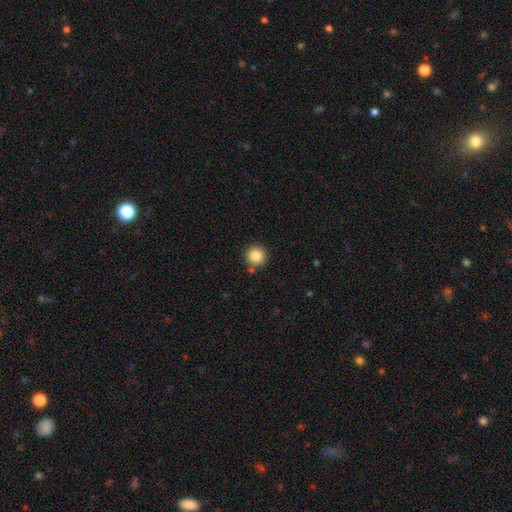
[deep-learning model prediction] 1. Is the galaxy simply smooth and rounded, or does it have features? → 86% smooth, 10% star or artifact, 5% featured or disk.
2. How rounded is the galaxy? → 95% round, 4% in between, 1% cigar-shaped.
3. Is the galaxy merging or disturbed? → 87% none, 7% minor disturbance, 5% merger, 2% major disturbance.